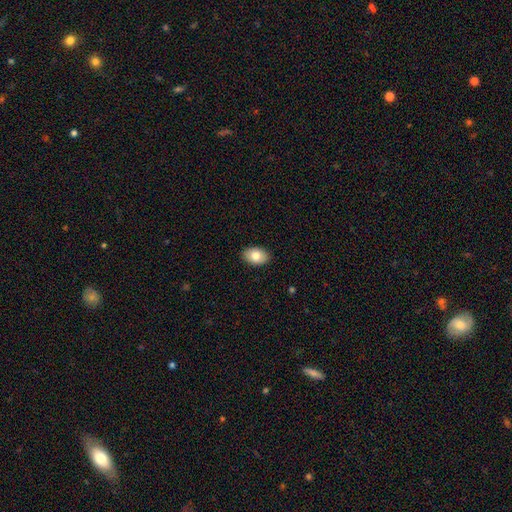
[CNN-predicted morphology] smooth_or_featured: smooth (p=0.80) [alt: featured or disk p=0.13]
how_rounded: in between (p=0.86) [alt: round p=0.13]
merging: none (p=0.89) [alt: minor disturbance p=0.08]